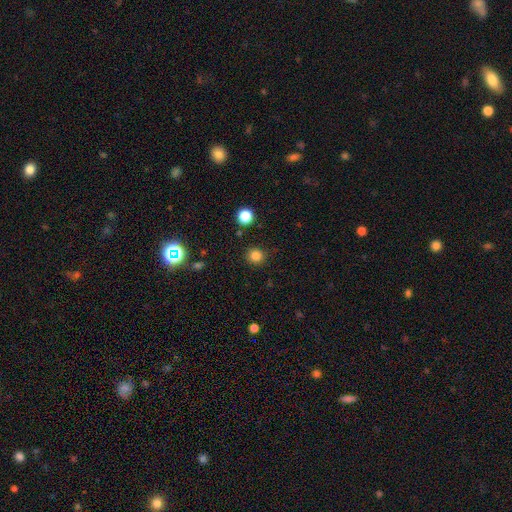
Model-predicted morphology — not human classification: Q: Smooth or featured?
A: smooth (83%); runner-up: star or artifact (14%)
Q: How rounded?
A: round (93%); runner-up: in between (6%)
Q: Merging?
A: none (89%); runner-up: minor disturbance (6%)